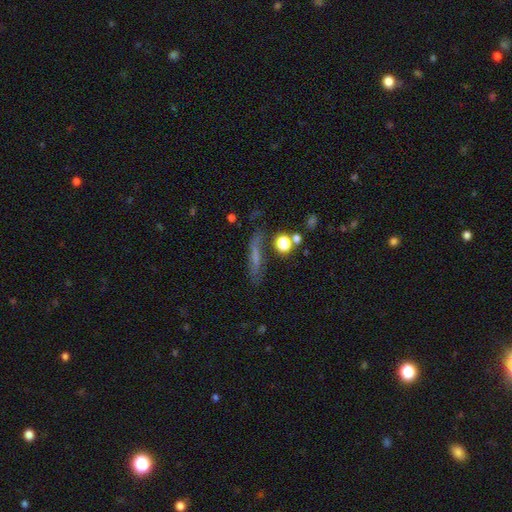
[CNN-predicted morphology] A smooth galaxy with no disk features (45%). Merging: none (64%).